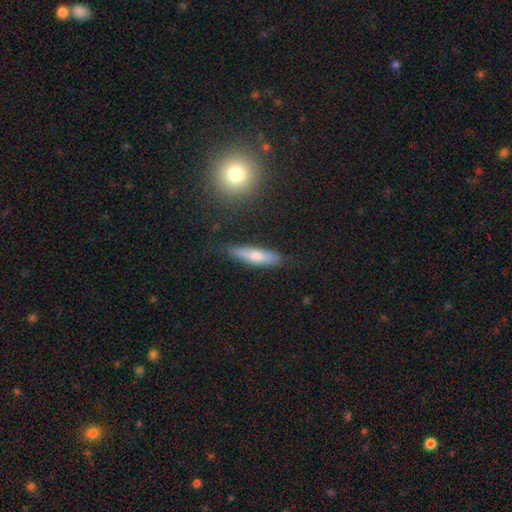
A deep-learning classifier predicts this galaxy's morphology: A smooth galaxy with no disk features (64%) that is cigar-shaped (80%).

Vote fractions:
- Smooth or featured? smooth: 64% / featured or disk: 29% / star or artifact: 7%
- How rounded? cigar-shaped: 80% / in between: 17% / round: 3%
- Merging? none: 81% / minor disturbance: 13% / major disturbance: 3% / merger: 2%